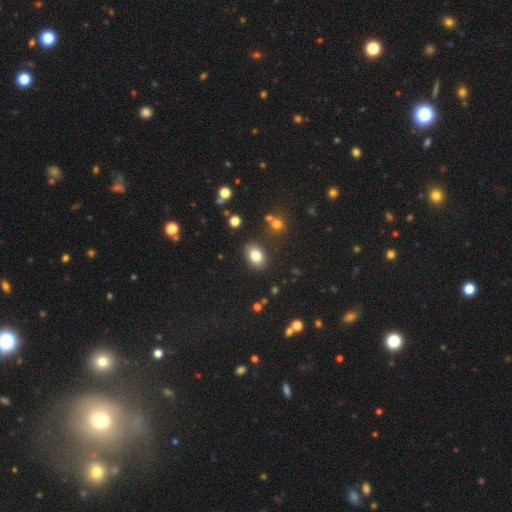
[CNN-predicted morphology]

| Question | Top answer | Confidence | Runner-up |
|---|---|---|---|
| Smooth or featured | smooth | 82% | star or artifact (10%) |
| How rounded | in between | 78% | round (21%) |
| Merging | none | 85% | minor disturbance (10%) |